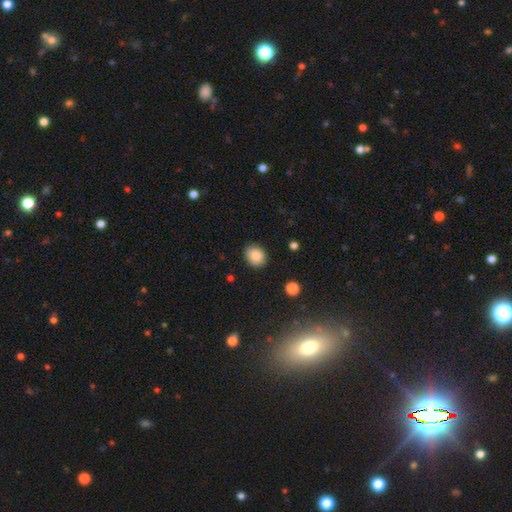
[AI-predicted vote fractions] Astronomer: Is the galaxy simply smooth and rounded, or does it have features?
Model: smooth — 87%.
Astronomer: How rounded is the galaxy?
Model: round — 60% (runner-up: in between, 40%).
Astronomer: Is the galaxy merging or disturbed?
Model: none — 87%.